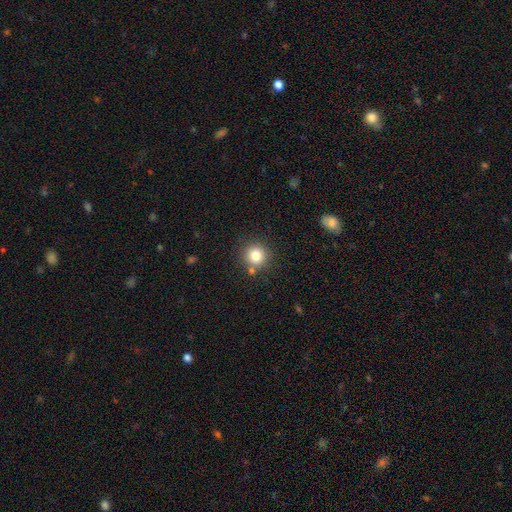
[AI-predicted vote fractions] A smooth galaxy with no disk features (80%) that is round (92%).

Vote fractions:
- Smooth or featured? smooth: 80% / star or artifact: 12% / featured or disk: 8%
- How rounded? round: 92% / in between: 7% / cigar-shaped: 1%
- Merging? none: 79% / minor disturbance: 9% / merger: 9% / major disturbance: 3%